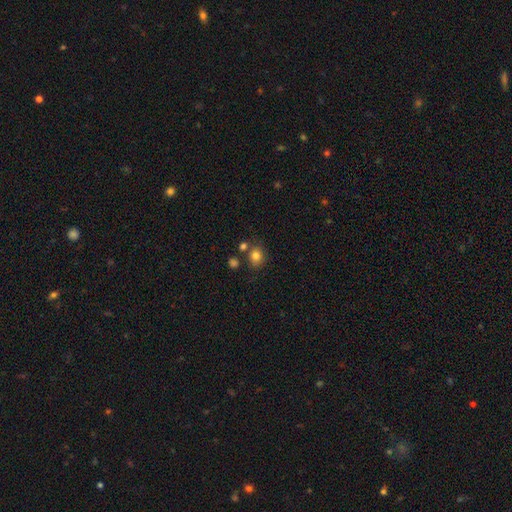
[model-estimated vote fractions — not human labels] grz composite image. It shows a smooth galaxy with no disk features (80%) that is round (65%). Merging: none (72%).